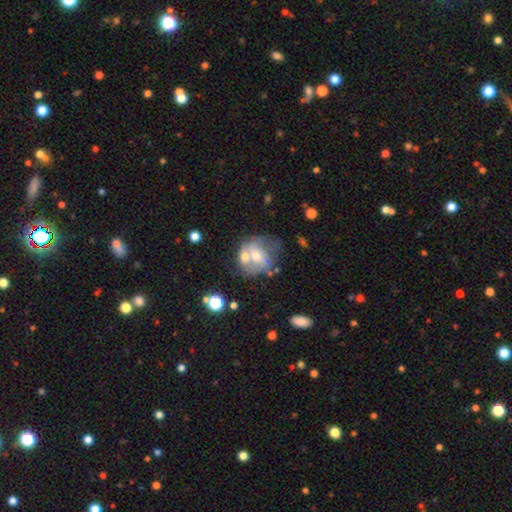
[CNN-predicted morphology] Smooth or featured? featured or disk (50%)
Edge-on disk? no (96%)
Merging? merger (49%)